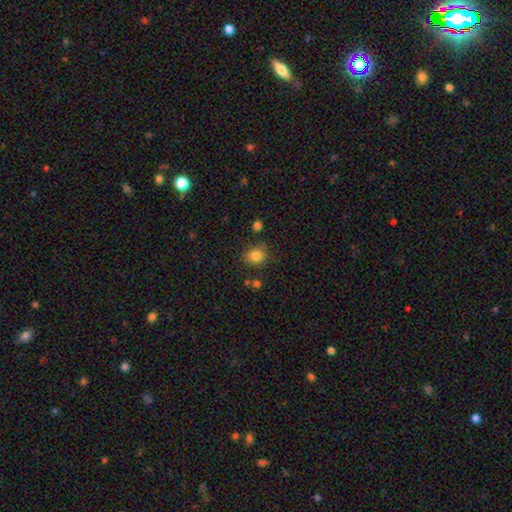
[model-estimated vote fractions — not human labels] A smooth galaxy with no disk features (82%) that is round (56%). Merging: none (78%).